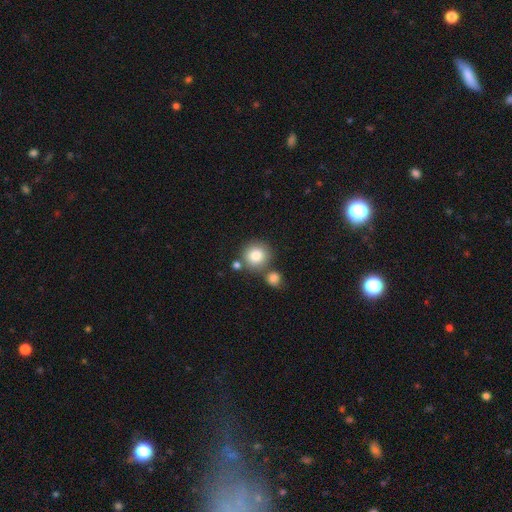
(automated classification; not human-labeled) Q: Smooth or featured?
A: smooth (83%); runner-up: star or artifact (9%)
Q: How rounded?
A: round (90%); runner-up: in between (9%)
Q: Merging?
A: none (67%); runner-up: merger (19%)